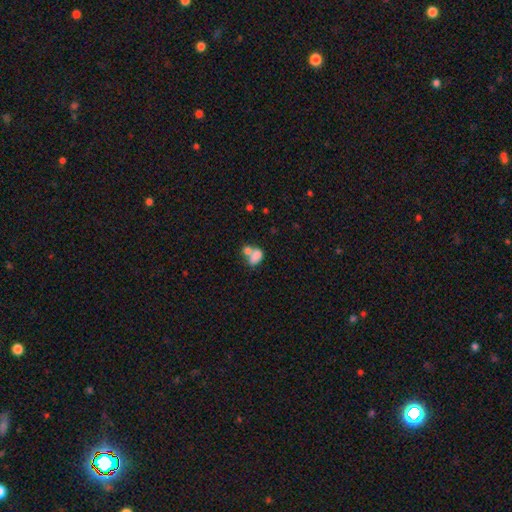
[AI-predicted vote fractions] Morphology: type=smooth (75%); roundness=in between (82%); merging=merger (61%).